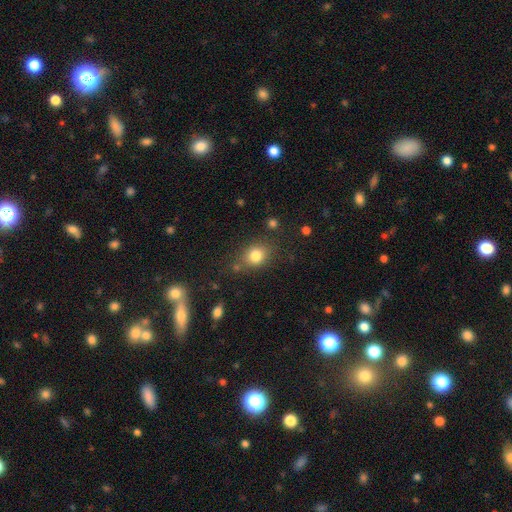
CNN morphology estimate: This is clearly a smooth galaxy (81%). How rounded: possibly round (57%). Merging: likely none (73%).